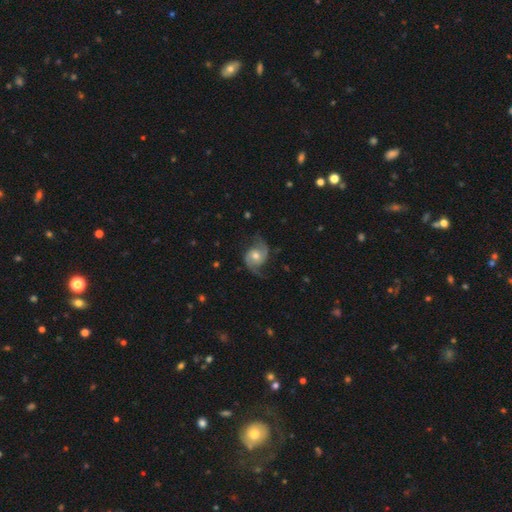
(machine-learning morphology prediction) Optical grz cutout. It shows a featured or disk galaxy (82%) with no bar (68%), 2 (92%) loose (47%) spiral arms (96%) and a moderate central bulge (67%). Merging: none (69%).